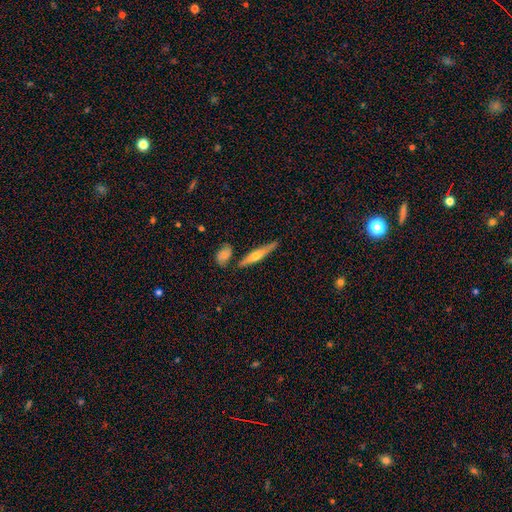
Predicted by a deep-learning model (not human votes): smooth-or-featured: featured or disk: 53% | smooth: 41% | star or artifact: 6%
  disk-edge-on: yes: 94% | no: 6%
  merging: none: 79% | minor disturbance: 12% | merger: 6% | major disturbance: 3%